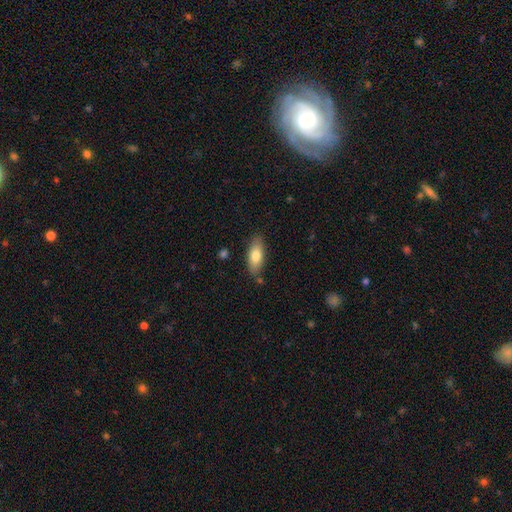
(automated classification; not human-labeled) Smooth or featured? Predicted: smooth (p=0.75). How rounded? Predicted: in between (p=0.79). Merging? Predicted: none (p=0.81).